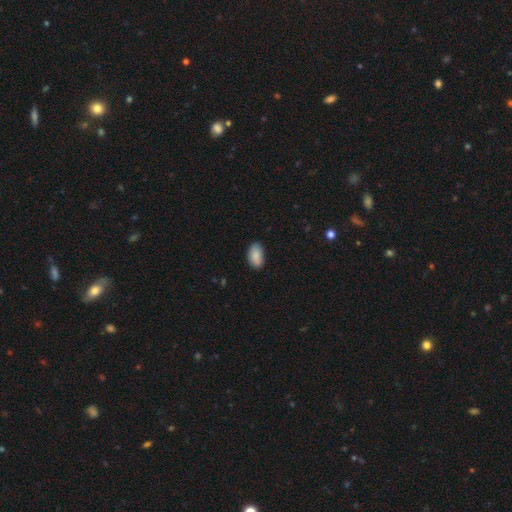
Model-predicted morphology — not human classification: Overall: smooth (88%). How rounded: in between (94%). Merging: none (81%).